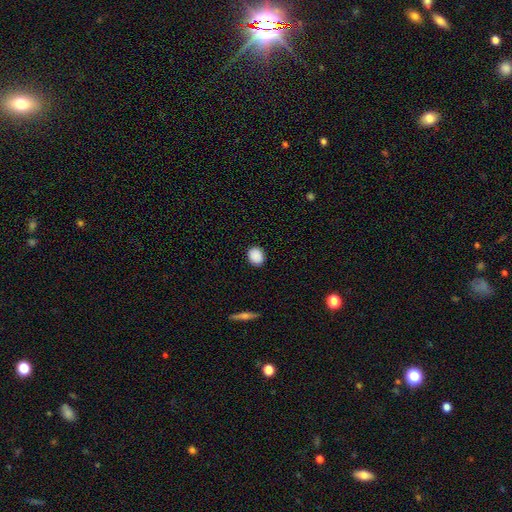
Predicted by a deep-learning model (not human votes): Overall: smooth (89%). How rounded: round (53%; in between 46%). Merging: none (89%).